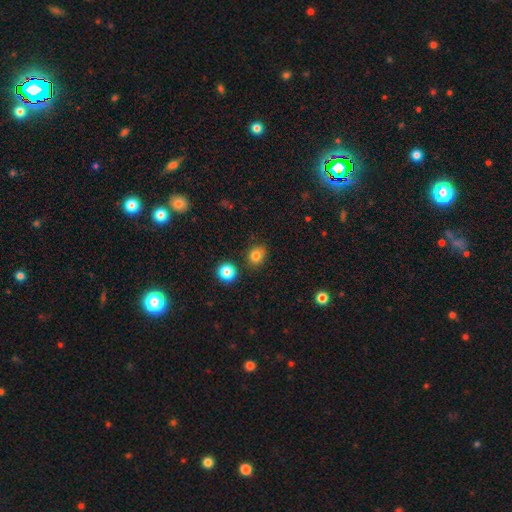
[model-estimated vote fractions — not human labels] Smooth or featured? Predicted: smooth (p=0.81). How rounded? Predicted: round (p=0.69). Merging? Predicted: none (p=0.83).